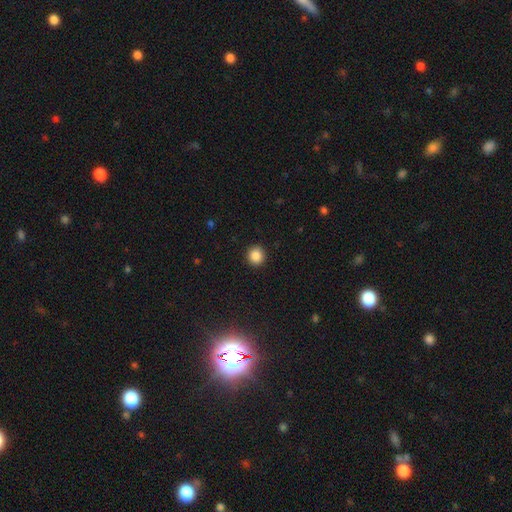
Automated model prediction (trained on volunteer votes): A smooth galaxy with no disk features (86%) that is round (92%). Merging: none (92%).